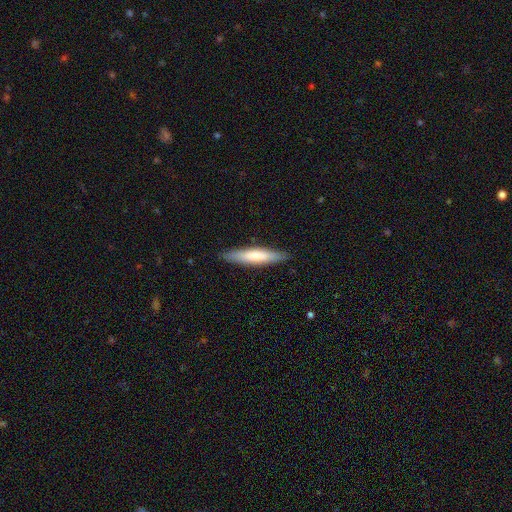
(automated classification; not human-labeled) smooth_or_featured: smooth (p=0.67) [alt: featured or disk p=0.27]
how_rounded: cigar-shaped (p=0.86) [alt: in between p=0.13]
merging: none (p=0.88) [alt: minor disturbance p=0.09]